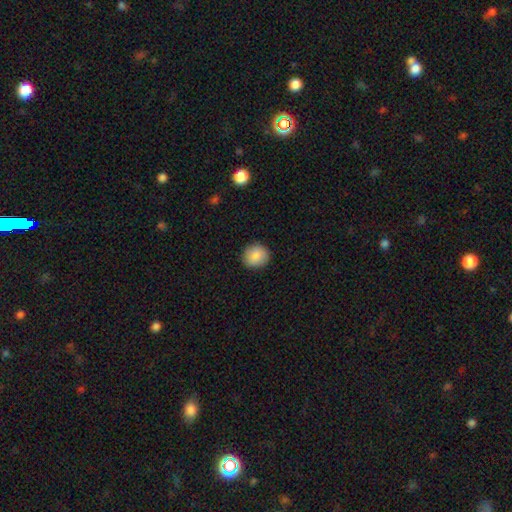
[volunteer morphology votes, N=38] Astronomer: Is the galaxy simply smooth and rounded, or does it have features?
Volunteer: smooth — 87%.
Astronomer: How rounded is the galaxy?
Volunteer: round — 82%.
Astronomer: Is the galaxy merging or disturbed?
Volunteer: none — 83%.